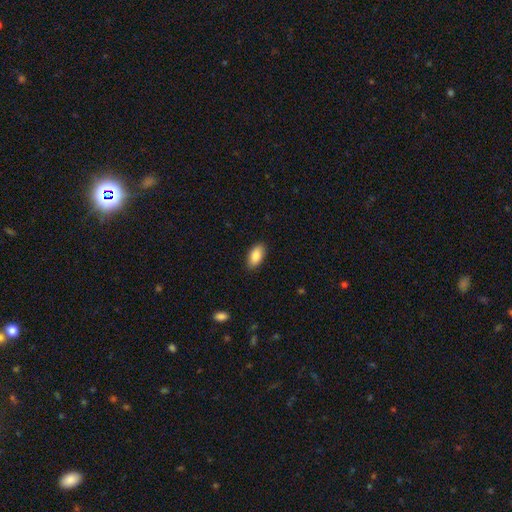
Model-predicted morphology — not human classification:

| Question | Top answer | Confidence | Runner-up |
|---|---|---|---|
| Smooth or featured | smooth | 87% | star or artifact (7%) |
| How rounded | in between | 93% | cigar-shaped (5%) |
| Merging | none | 88% | minor disturbance (9%) |